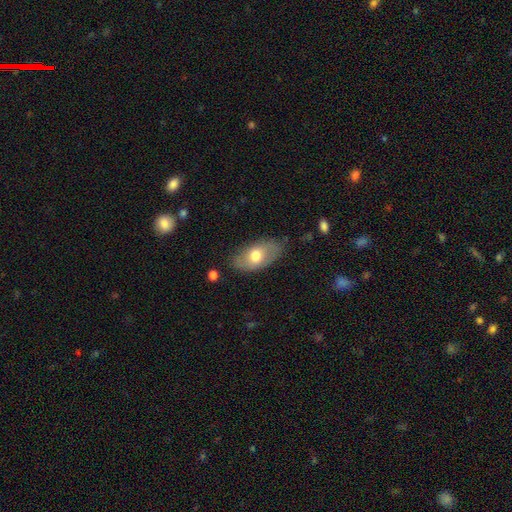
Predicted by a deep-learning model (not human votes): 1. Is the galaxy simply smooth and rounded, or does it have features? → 63% smooth, 31% featured or disk, 6% star or artifact.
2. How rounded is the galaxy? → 92% in between, 5% round, 3% cigar-shaped.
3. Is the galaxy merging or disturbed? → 75% none, 19% minor disturbance, 5% major disturbance, 2% merger.